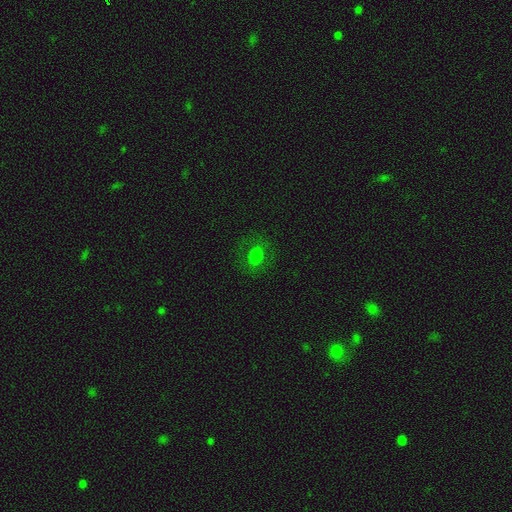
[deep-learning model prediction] smooth-or-featured: smooth: 71% | star or artifact: 15% | featured or disk: 14%
  how-rounded: in between: 51% | round: 47% | cigar-shaped: 1%
  merging: none: 81% | minor disturbance: 12% | major disturbance: 7% | merger: 1%